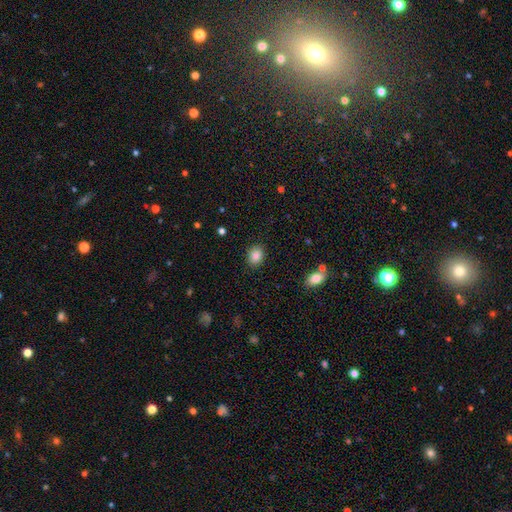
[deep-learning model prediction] Smooth or featured? smooth (86%)
How rounded? in between (53%)
Merging? none (88%)